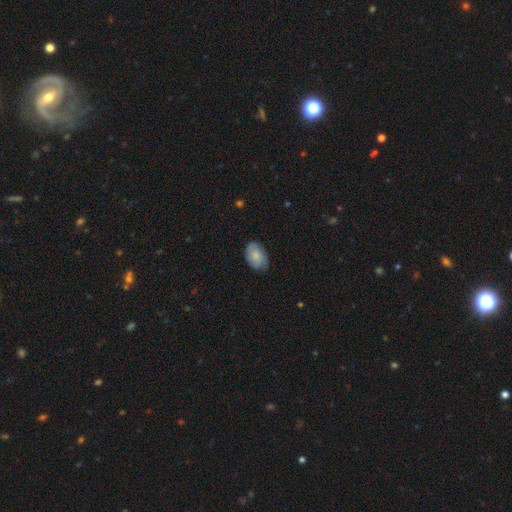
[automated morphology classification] type=smooth (72%); roundness=in between (87%); merging=none (76%).